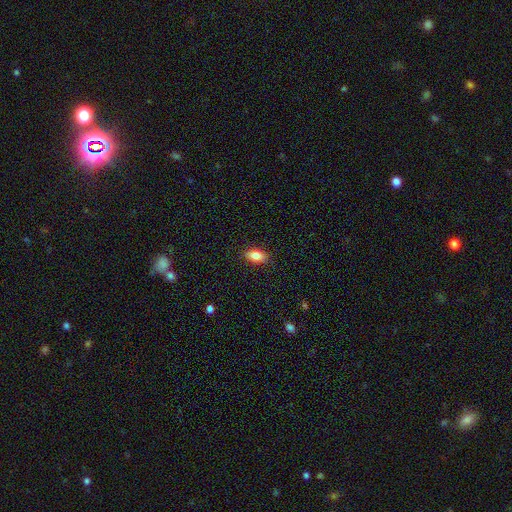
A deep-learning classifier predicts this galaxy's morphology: Smooth or featured?
  - smooth: 83% *
  - featured or disk: 9%
  - star or artifact: 7%
How rounded?
  - in between: 88% *
  - cigar-shaped: 7%
  - round: 5%
Merging?
  - none: 88% *
  - minor disturbance: 9%
  - major disturbance: 2%
  - merger: 1%